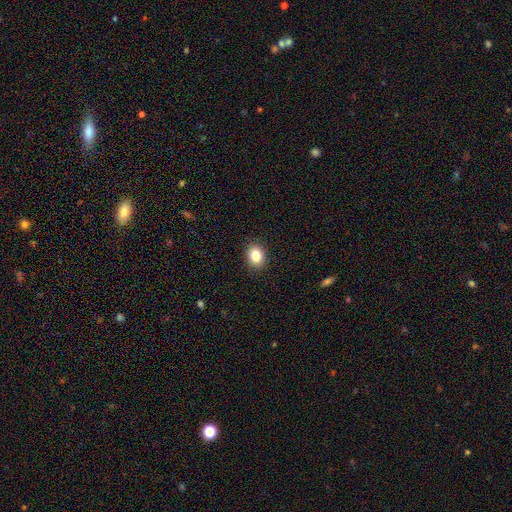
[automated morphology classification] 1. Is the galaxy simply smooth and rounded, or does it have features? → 84% smooth, 10% star or artifact, 6% featured or disk.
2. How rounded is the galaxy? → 51% in between, 48% round, 1% cigar-shaped.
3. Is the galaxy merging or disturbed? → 90% none, 7% minor disturbance, 2% major disturbance, 1% merger.